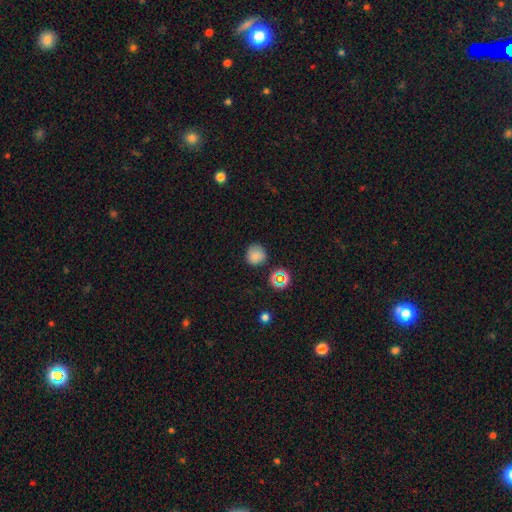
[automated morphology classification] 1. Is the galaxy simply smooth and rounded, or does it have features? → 78% smooth, 16% star or artifact, 5% featured or disk.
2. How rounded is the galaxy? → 89% round, 10% in between, 1% cigar-shaped.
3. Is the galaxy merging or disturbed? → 81% none, 13% minor disturbance, 3% major disturbance, 3% merger.